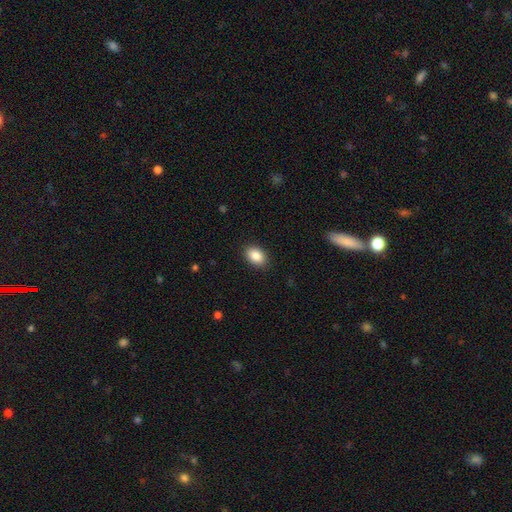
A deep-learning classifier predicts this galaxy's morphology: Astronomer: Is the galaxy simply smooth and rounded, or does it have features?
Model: smooth — 88%.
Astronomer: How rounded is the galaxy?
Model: in between — 84%.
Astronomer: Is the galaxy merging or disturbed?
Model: none — 89%.